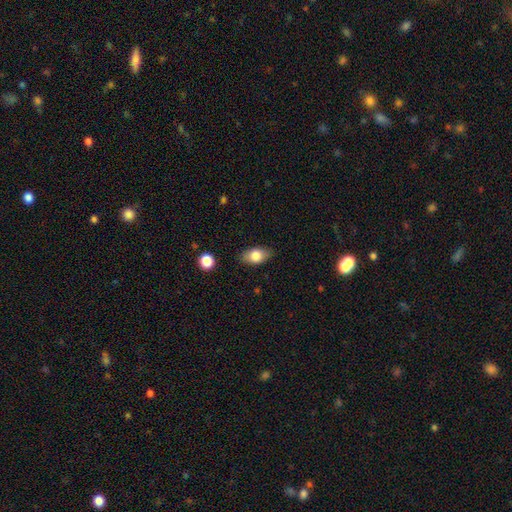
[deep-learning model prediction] Smooth or featured? Predicted: smooth (p=0.77). How rounded? Predicted: in between (p=0.87). Merging? Predicted: none (p=0.83).